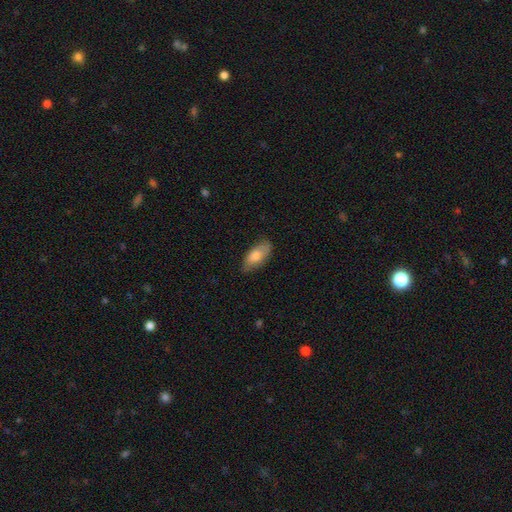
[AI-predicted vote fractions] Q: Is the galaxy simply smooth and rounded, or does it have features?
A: smooth — 77%.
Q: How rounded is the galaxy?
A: in between — 88%.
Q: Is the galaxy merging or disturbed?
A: none — 78%.